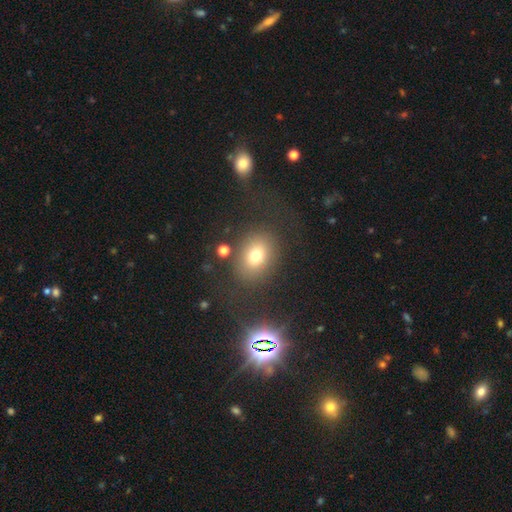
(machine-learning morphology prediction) Smooth or featured?
  - smooth: 73% *
  - star or artifact: 14%
  - featured or disk: 13%
How rounded?
  - in between: 53% *
  - round: 46%
  - cigar-shaped: 1%
Merging?
  - none: 76% *
  - minor disturbance: 12%
  - major disturbance: 8%
  - merger: 4%